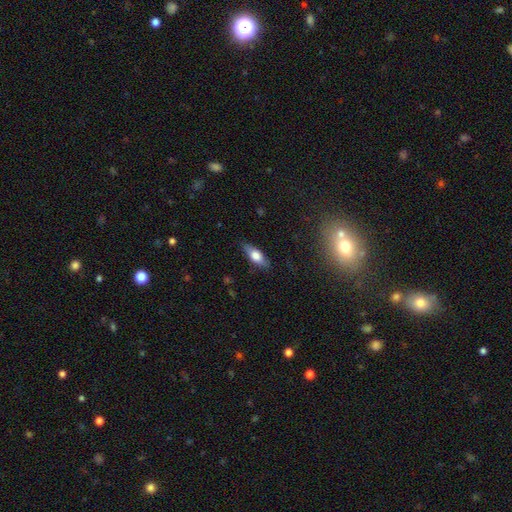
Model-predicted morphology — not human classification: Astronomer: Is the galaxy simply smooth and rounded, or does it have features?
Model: smooth — 65%.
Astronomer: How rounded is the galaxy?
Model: in between — 70%.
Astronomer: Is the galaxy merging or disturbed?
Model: none — 83%.